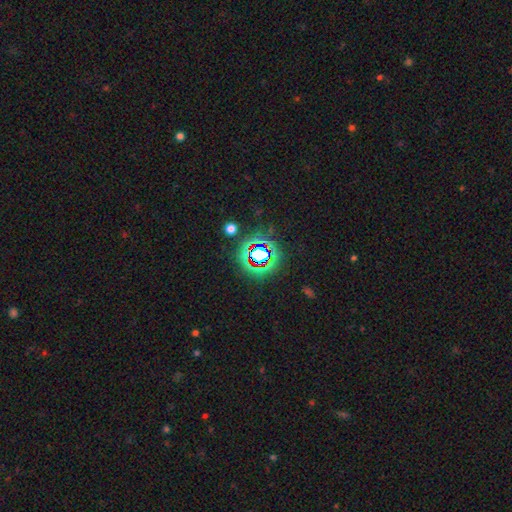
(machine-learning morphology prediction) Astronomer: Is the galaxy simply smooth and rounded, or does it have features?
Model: star or artifact — 77%.